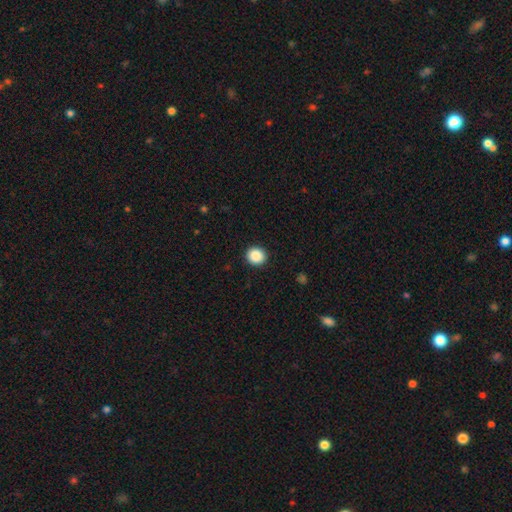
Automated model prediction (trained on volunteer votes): smooth 88%, star or artifact 9%, featured or disk 3%. Down the decision tree: how rounded — round (89%); merging — none (92%).